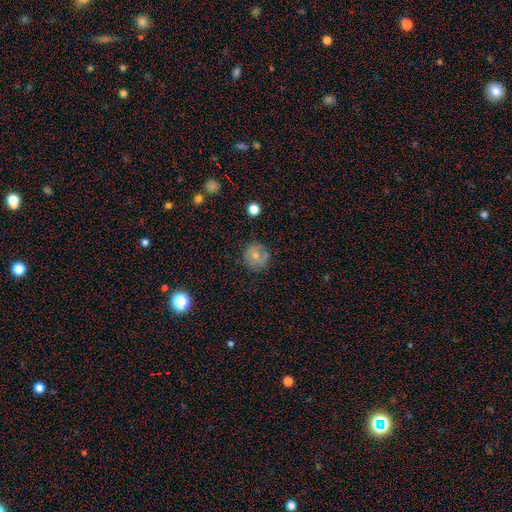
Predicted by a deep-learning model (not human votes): The model was most divided on "smooth or featured": smooth: 64%, featured or disk: 26%, star or artifact: 10%. More confident: how rounded — round (90%); merging — none (78%).